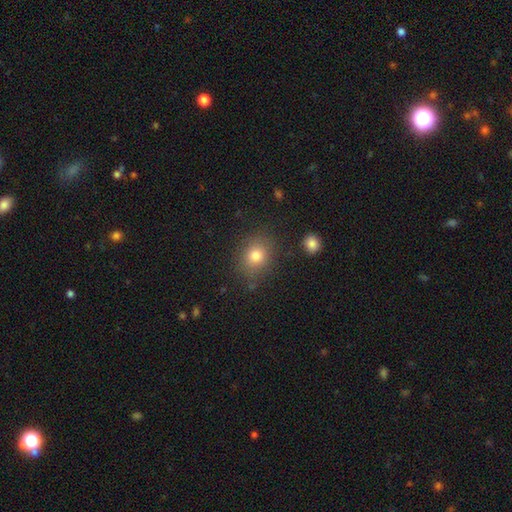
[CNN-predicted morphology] Smooth or featured: smooth — 79% (star or artifact — 12%)
How rounded: round — 59% (in between — 40%)
Merging: none — 82% (minor disturbance — 11%)